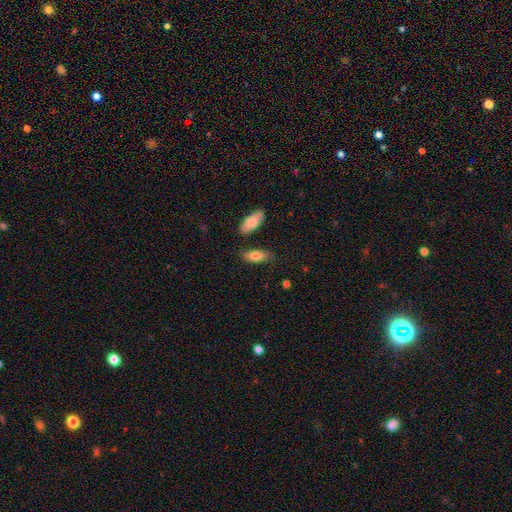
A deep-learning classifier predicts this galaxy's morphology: This appears to be a smooth galaxy with no disk features (80%) that is in between round and cigar-shaped (81%). Merging: none (74%).